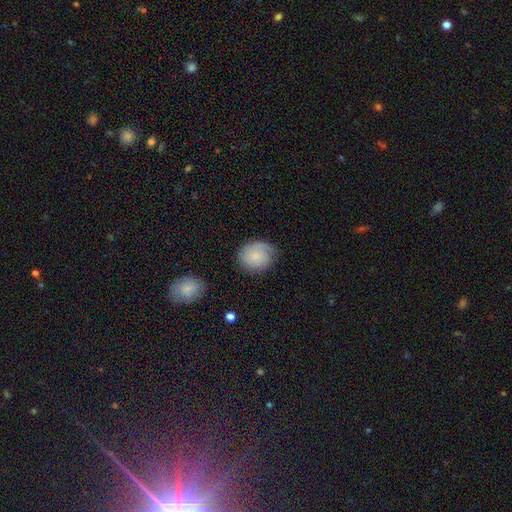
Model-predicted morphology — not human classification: This is likely a smooth galaxy (64%). How rounded: likely round (67%). Merging: likely none (72%).